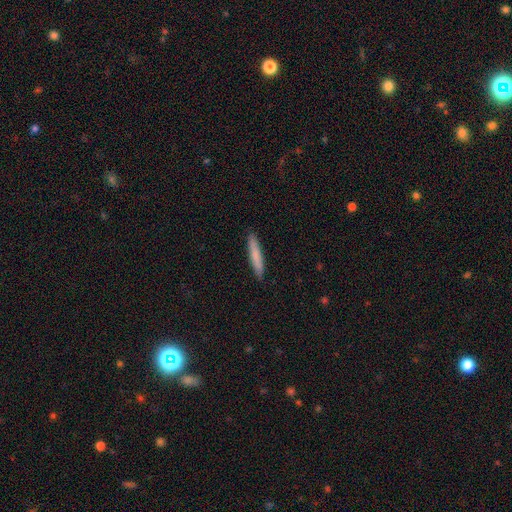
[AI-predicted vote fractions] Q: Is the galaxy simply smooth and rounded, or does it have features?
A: smooth — 80%.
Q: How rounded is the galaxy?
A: cigar-shaped — 93%.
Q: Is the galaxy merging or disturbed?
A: none — 91%.